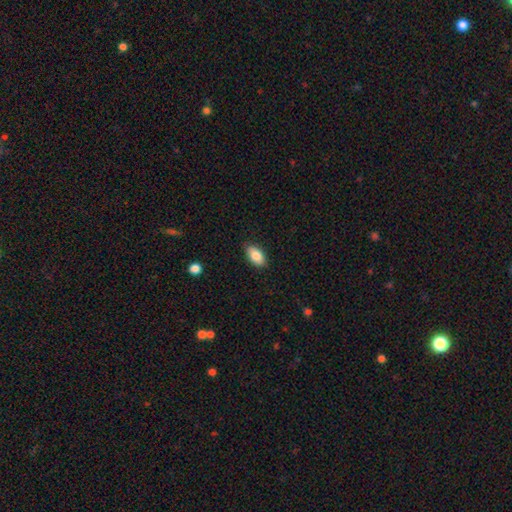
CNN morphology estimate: Smooth or featured? Predicted: smooth (p=0.82). How rounded? Predicted: in between (p=0.92). Merging? Predicted: none (p=0.85).